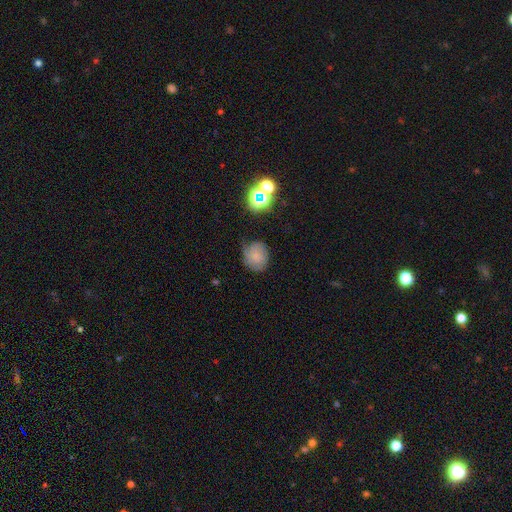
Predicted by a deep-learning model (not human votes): smooth-or-featured: smooth: 62% | featured or disk: 21% | star or artifact: 17%
  how-rounded: round: 72% | in between: 27% | cigar-shaped: 1%
  merging: none: 61% | minor disturbance: 27% | major disturbance: 9% | merger: 3%